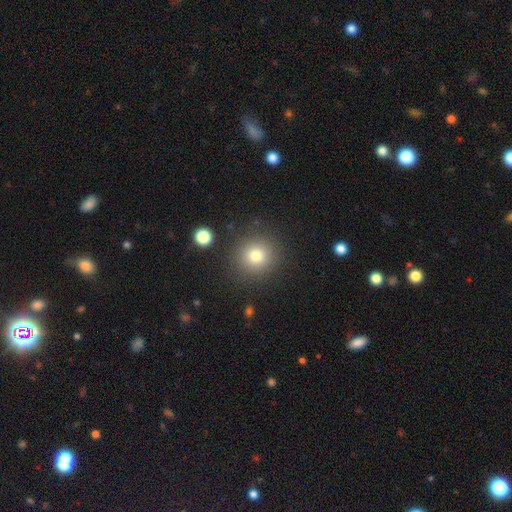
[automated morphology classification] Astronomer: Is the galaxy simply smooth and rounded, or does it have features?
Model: smooth — 78%.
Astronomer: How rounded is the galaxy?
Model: round — 91%.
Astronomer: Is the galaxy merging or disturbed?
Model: none — 86%.